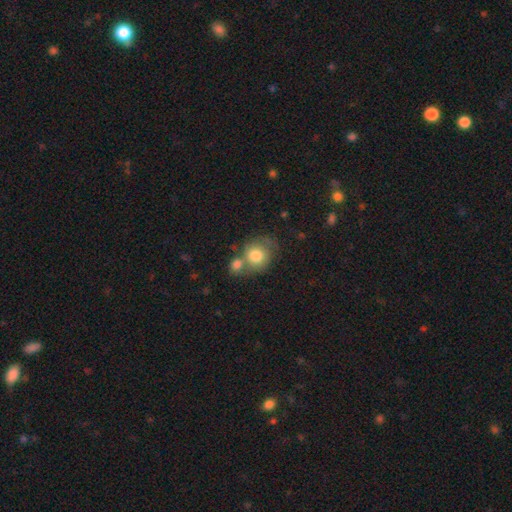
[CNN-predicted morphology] Smooth or featured?
  - smooth: 77% *
  - featured or disk: 15%
  - star or artifact: 8%
How rounded?
  - round: 73% *
  - in between: 26%
  - cigar-shaped: 1%
Merging?
  - merger: 43% *
  - none: 37%
  - minor disturbance: 13%
  - major disturbance: 6%